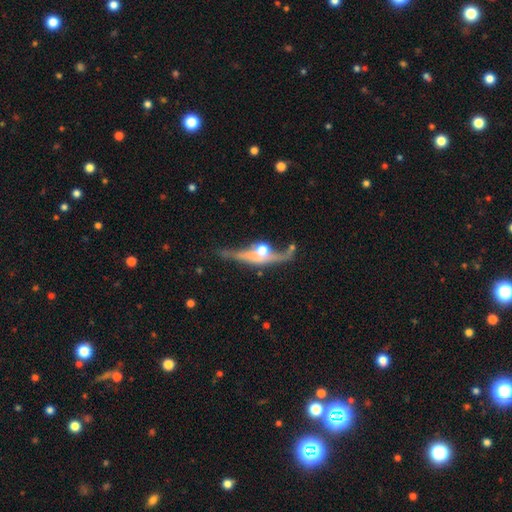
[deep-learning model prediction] The model was most divided on "merging": none: 38%, major disturbance: 23%, minor disturbance: 22%, merger: 17%. More confident: smooth or featured — featured or disk (73%); edge-on disk — yes (67%).